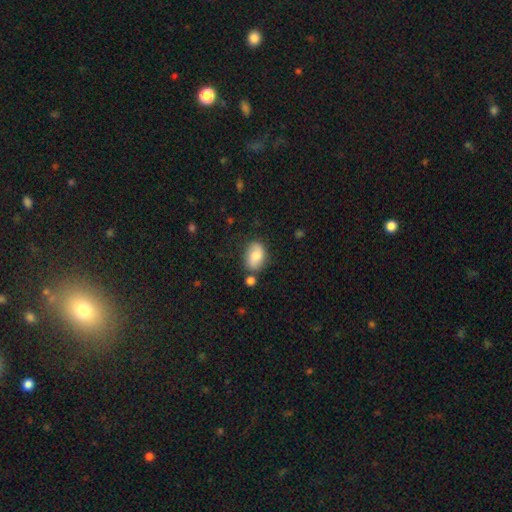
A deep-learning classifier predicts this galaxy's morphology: Overall: smooth (73%). How rounded: in between (85%). Merging: none (69%).